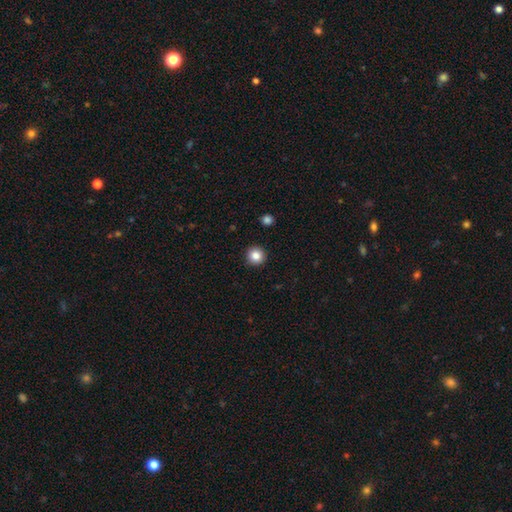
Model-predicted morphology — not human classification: Smooth or featured: smooth — 85% (star or artifact — 10%)
How rounded: round — 95% (in between — 4%)
Merging: none — 93% (minor disturbance — 4%)